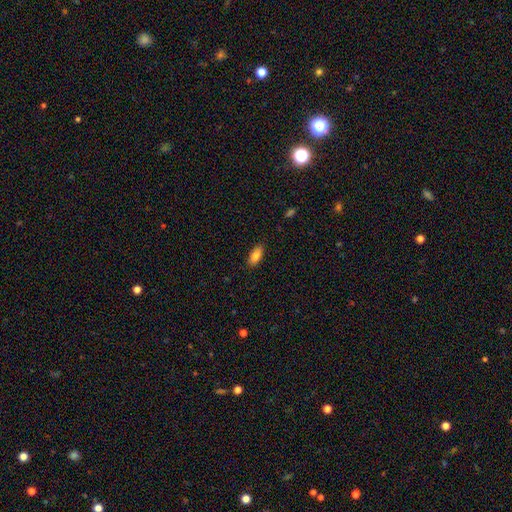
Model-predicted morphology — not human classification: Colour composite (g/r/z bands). It shows a smooth galaxy with no disk features (84%) that is in between round and cigar-shaped (85%). Merging: none (87%).